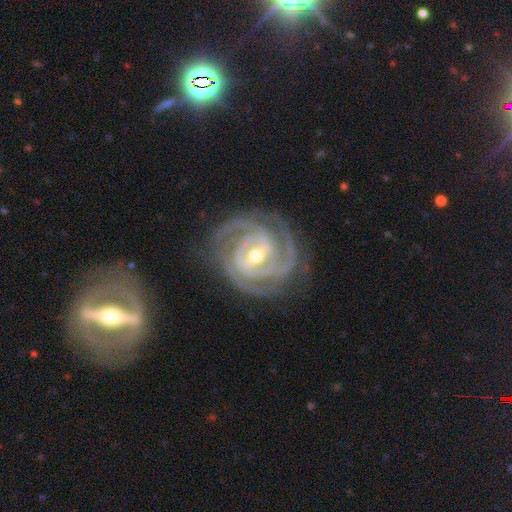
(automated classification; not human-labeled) This appears to be a featured or disk galaxy (93%) with a strong bar (48%), 3 (37%) tight (75%) spiral arms (98%) and a moderate central bulge (56%). Merging: none (79%).